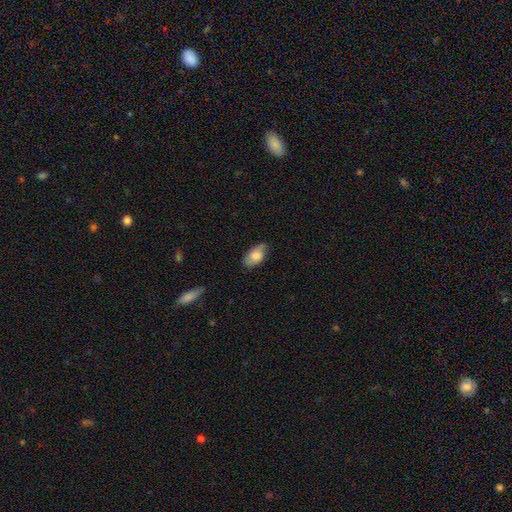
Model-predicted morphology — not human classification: smooth_or_featured: smooth (p=0.72) [alt: featured or disk p=0.20]
how_rounded: in between (p=0.92) [alt: round p=0.05]
merging: none (p=0.70) [alt: minor disturbance p=0.23]